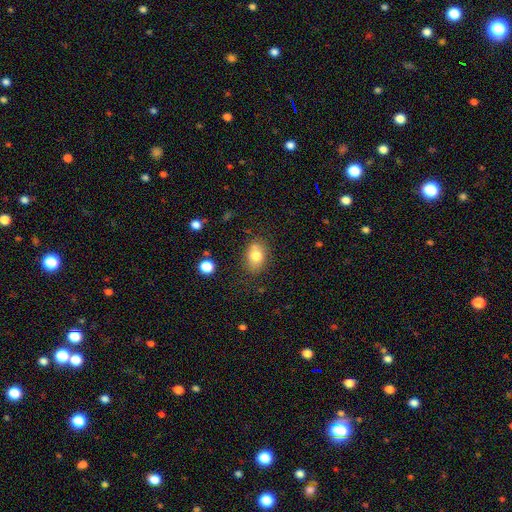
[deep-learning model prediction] smooth_or_featured: smooth (p=0.77) [alt: featured or disk p=0.13]
how_rounded: in between (p=0.76) [alt: round p=0.23]
merging: none (p=0.74) [alt: minor disturbance p=0.16]